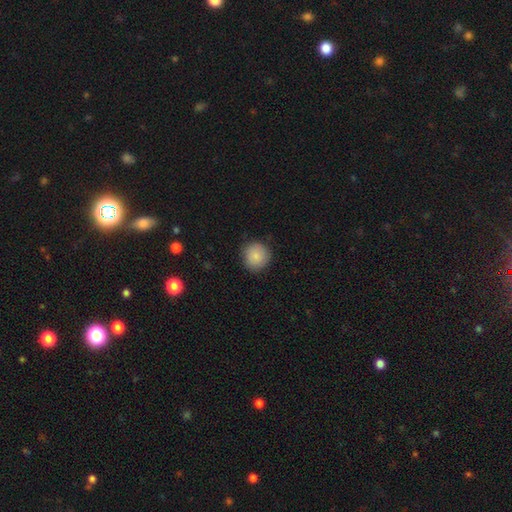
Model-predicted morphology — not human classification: Smooth or featured? smooth (86%)
How rounded? round (92%)
Merging? none (87%)